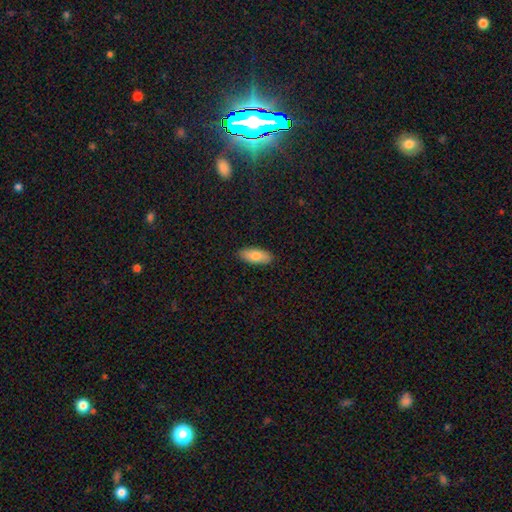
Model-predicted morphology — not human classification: A smooth galaxy with no disk features (80%) that is in between round and cigar-shaped (83%). Merging: none (90%).